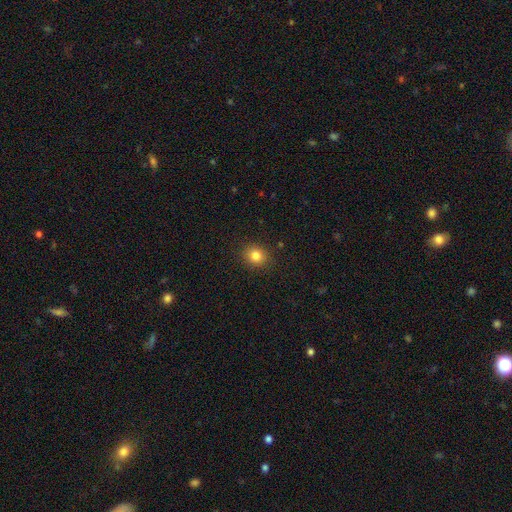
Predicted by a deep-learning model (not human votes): Smooth or featured? smooth (82%)
How rounded? round (79%)
Merging? none (90%)